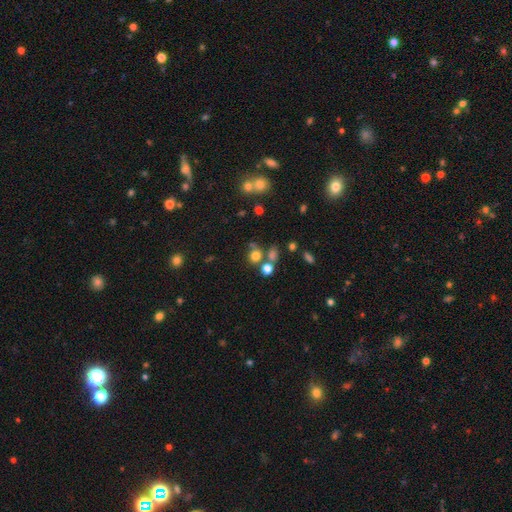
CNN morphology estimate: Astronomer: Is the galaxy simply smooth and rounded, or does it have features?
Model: smooth — 71%.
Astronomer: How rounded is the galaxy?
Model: round — 82%.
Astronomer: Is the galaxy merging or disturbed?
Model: none — 56%.